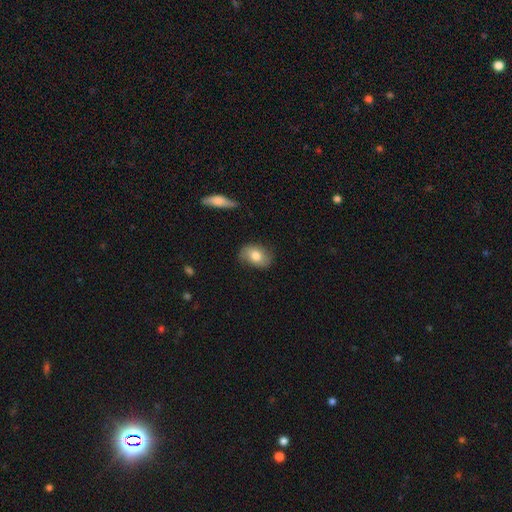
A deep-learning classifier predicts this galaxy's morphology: Q: Smooth or featured?
A: smooth (73%); runner-up: featured or disk (20%)
Q: How rounded?
A: in between (78%); runner-up: round (20%)
Q: Merging?
A: none (75%); runner-up: minor disturbance (19%)